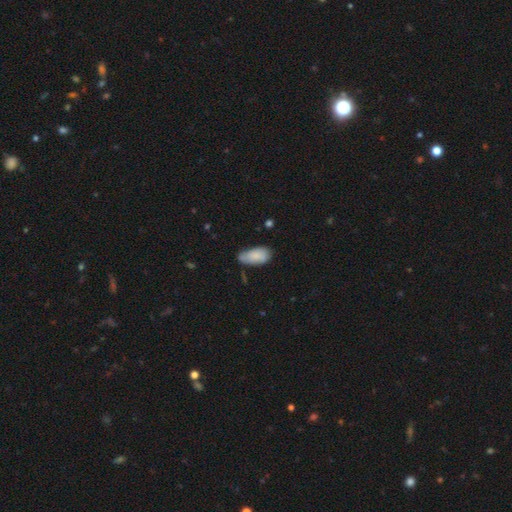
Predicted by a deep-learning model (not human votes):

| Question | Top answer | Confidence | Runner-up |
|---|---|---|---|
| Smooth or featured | smooth | 84% | featured or disk (10%) |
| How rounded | in between | 91% | cigar-shaped (6%) |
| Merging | none | 58% | minor disturbance (33%) |